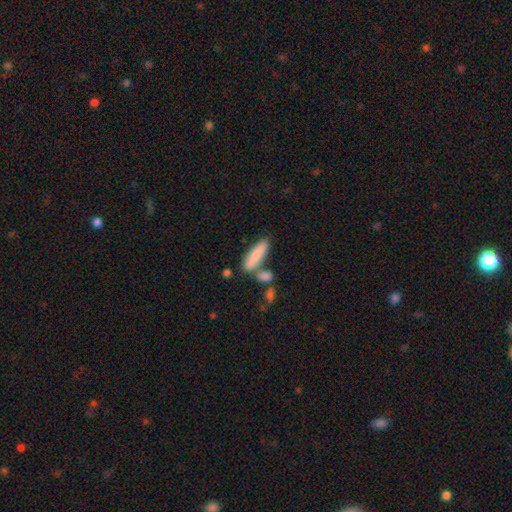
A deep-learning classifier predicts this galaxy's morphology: This is clearly a smooth galaxy (81%). How rounded: possibly cigar-shaped (53%). Merging: possibly none (56%).